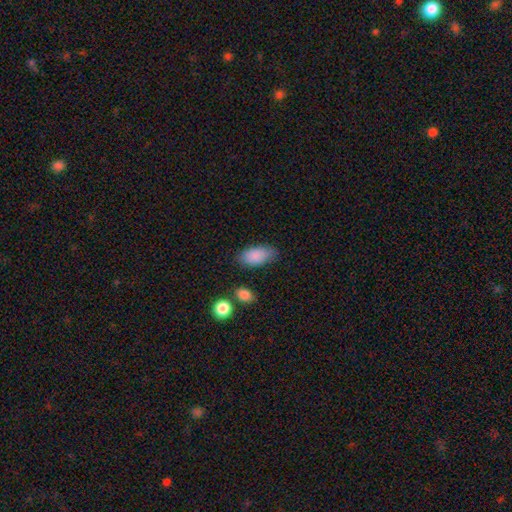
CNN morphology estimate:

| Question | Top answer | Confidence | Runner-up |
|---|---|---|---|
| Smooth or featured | smooth | 87% | star or artifact (7%) |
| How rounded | in between | 92% | cigar-shaped (4%) |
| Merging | none | 78% | minor disturbance (15%) |